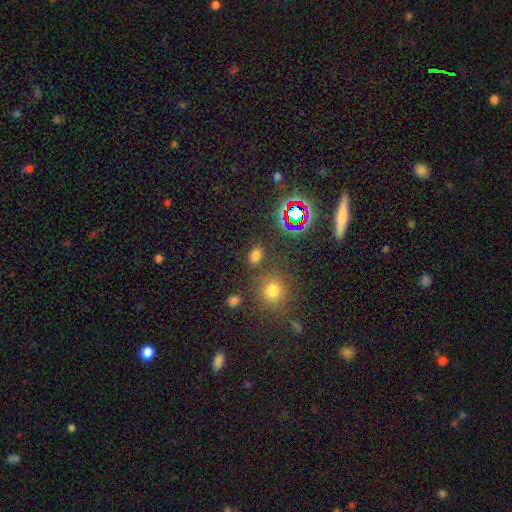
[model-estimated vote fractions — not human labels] The model was most divided on "how rounded": in between: 70%, round: 28%, cigar-shaped: 2%. More confident: merging — none (80%); smooth or featured — smooth (70%).